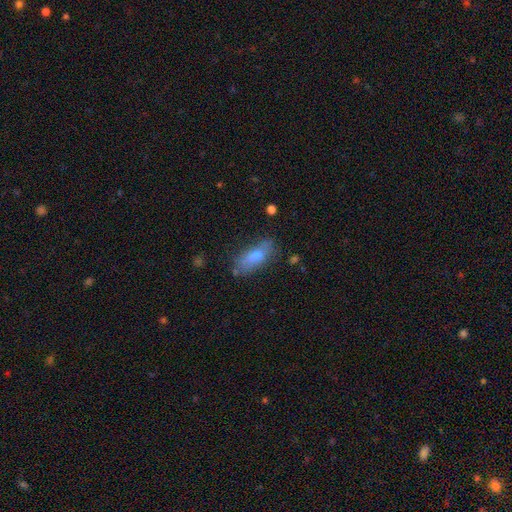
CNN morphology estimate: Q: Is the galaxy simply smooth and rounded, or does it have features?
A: smooth — 70%.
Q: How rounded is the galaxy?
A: in between — 70%.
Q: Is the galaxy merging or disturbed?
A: none — 60%.